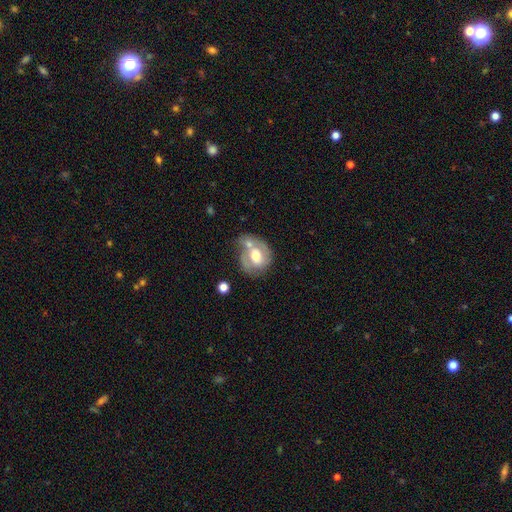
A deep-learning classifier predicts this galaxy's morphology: smooth_or_featured: featured or disk (p=0.55) [alt: smooth p=0.38]
disk_edge_on: no (p=0.96) [alt: yes p=0.04]
bar: no (p=0.52) [alt: weak p=0.36]
has_spiral_arms: yes (p=0.60) [alt: no p=0.40]
bulge_size: moderate (p=0.69) [alt: large p=0.17]
merging: none (p=0.35) [tied with: merger p=0.35]